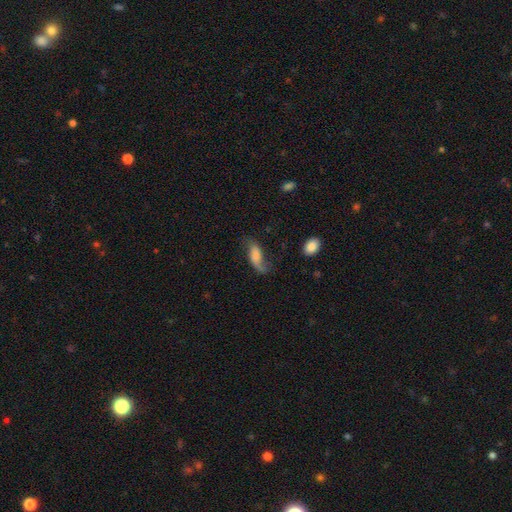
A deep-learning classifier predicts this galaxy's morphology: smooth 50%, featured or disk 42%, star or artifact 9%. Down the decision tree: merging — none (46%).